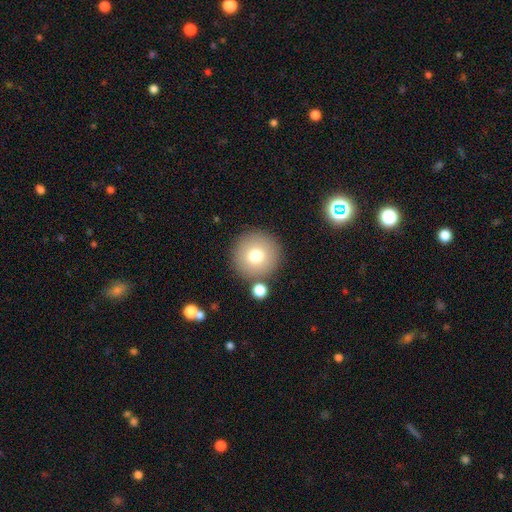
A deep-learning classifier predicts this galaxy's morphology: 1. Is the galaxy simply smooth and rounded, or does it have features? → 75% smooth, 14% featured or disk, 11% star or artifact.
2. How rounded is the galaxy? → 96% round, 3% in between, 1% cigar-shaped.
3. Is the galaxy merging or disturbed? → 84% none, 7% minor disturbance, 6% merger, 3% major disturbance.